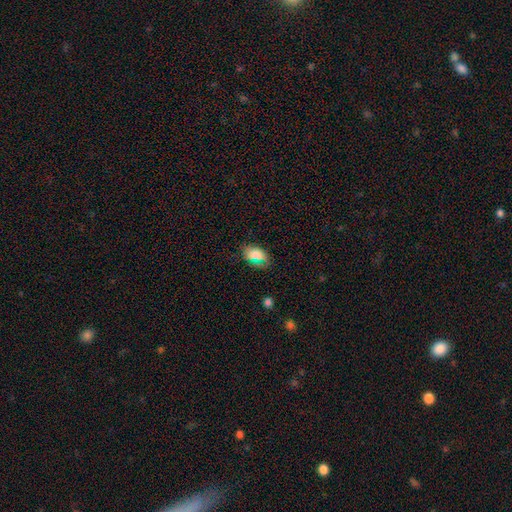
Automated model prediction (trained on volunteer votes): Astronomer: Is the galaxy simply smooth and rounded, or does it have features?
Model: smooth — 74%.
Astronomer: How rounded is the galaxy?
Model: in between — 89%.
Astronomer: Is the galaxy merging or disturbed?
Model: none — 72%.